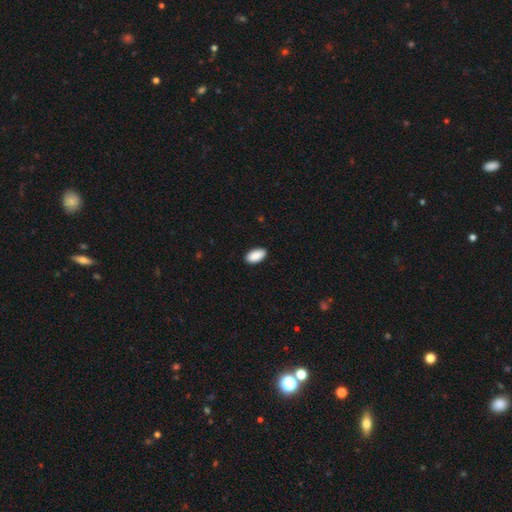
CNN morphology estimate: The model was most divided on "merging": none: 88%, minor disturbance: 9%, major disturbance: 2%, merger: 1%. More confident: how rounded — in between (95%); smooth or featured — smooth (91%).